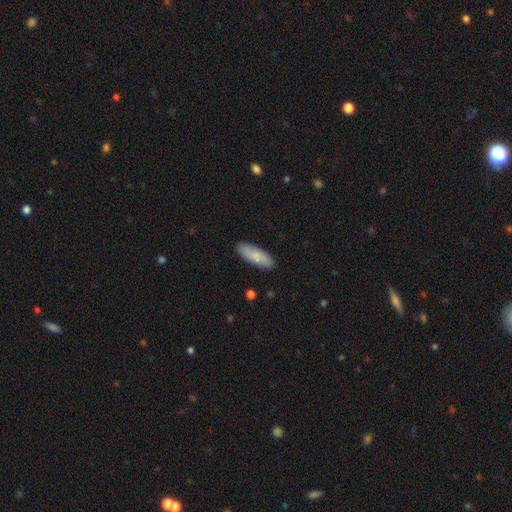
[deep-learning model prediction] Smooth or featured? smooth (84%)
How rounded? in between (61%)
Merging? none (88%)